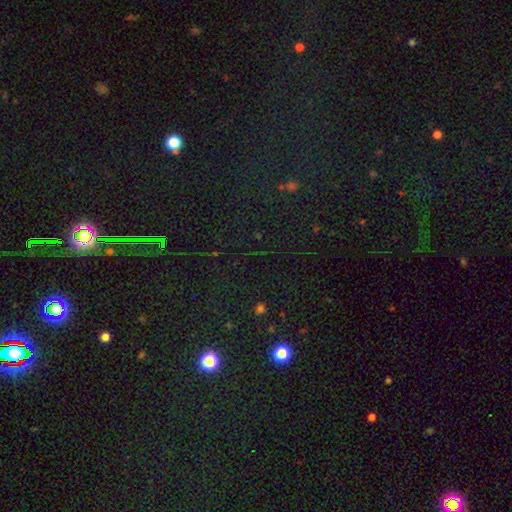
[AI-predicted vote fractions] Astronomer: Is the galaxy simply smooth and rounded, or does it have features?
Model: star or artifact — 76%.